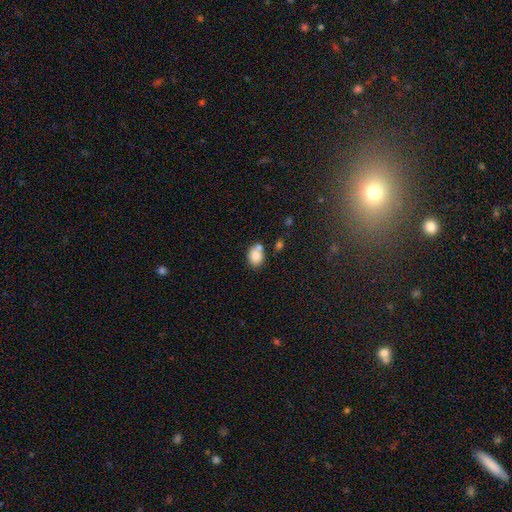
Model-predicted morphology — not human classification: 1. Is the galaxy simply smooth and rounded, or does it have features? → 82% smooth, 9% star or artifact, 9% featured or disk.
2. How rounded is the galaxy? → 56% in between, 43% round, 1% cigar-shaped.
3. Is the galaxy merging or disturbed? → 49% none, 30% merger, 16% minor disturbance, 5% major disturbance.